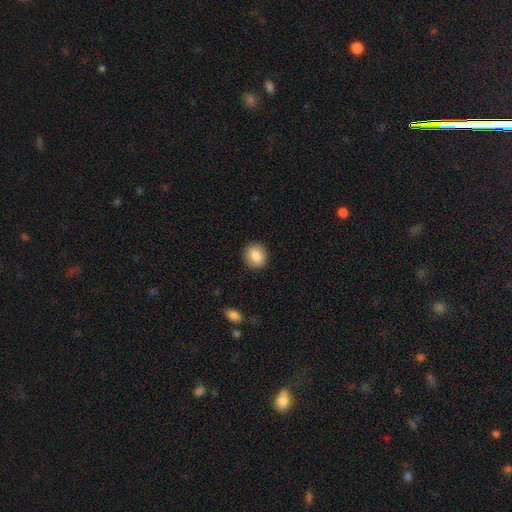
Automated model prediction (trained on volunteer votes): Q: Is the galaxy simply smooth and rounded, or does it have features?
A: smooth — 86%.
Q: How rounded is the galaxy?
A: round — 73%.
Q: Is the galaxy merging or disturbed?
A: none — 89%.